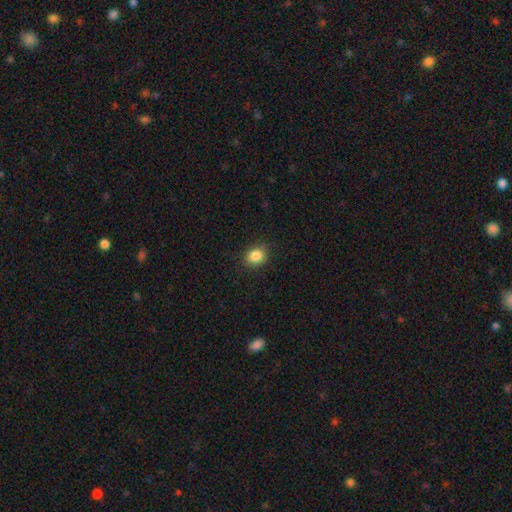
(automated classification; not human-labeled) The model was most divided on "how rounded": round: 61%, in between: 38%, cigar-shaped: 1%. More confident: merging — none (87%); smooth or featured — smooth (86%).